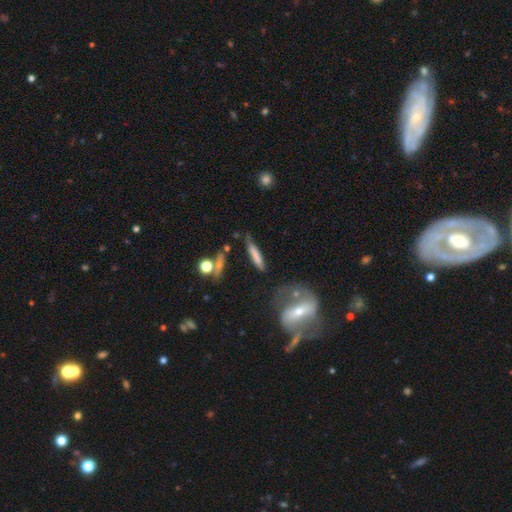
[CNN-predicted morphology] This is likely a smooth galaxy (60%). How rounded: clearly cigar-shaped (86%). Merging: possibly none (57%).